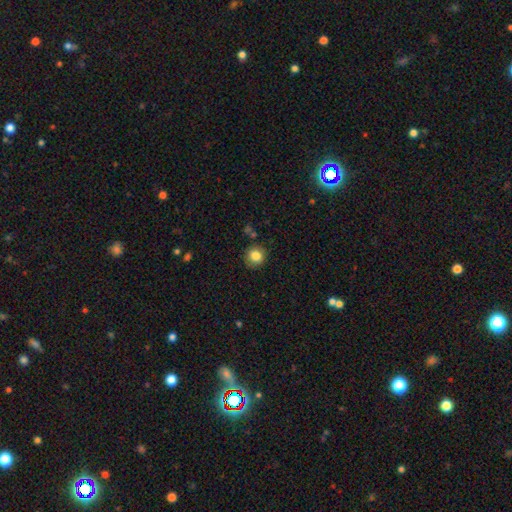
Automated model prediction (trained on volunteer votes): A smooth galaxy with no disk features (84%) that is round (89%).

Vote fractions:
- Smooth or featured? smooth: 84% / star or artifact: 10% / featured or disk: 6%
- How rounded? round: 89% / in between: 10% / cigar-shaped: 1%
- Merging? none: 84% / minor disturbance: 10% / major disturbance: 3% / merger: 3%